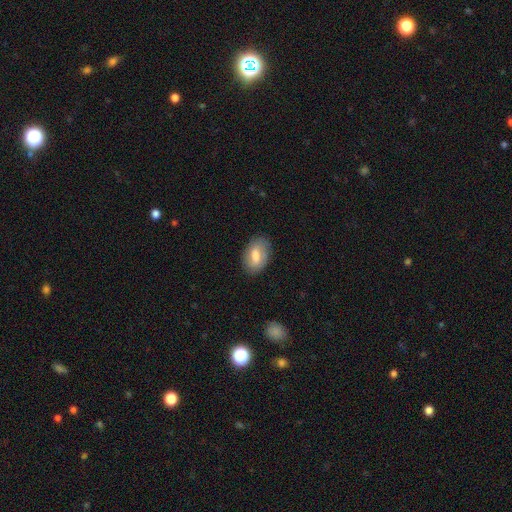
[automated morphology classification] The model was most divided on "smooth or featured": smooth: 68%, featured or disk: 25%, star or artifact: 7%. More confident: how rounded — in between (90%); merging — none (81%).